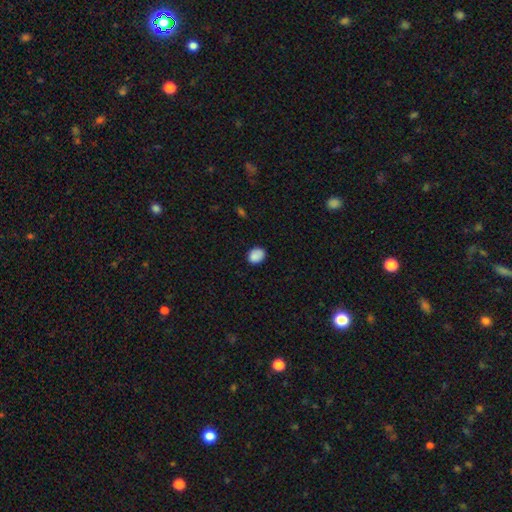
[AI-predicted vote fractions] smooth_or_featured: smooth (p=0.87) [alt: star or artifact p=0.09]
how_rounded: round (p=0.50) [alt: in between p=0.49]
merging: none (p=0.79) [alt: minor disturbance p=0.17]